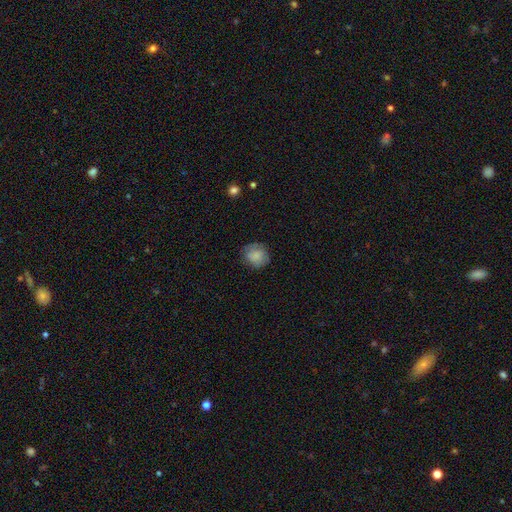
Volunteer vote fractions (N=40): This appears to be a smooth galaxy with no disk features (75%) that is round (77%). Merging: none (59%).